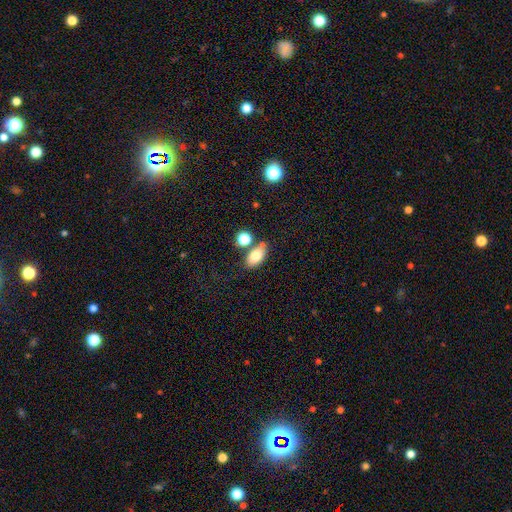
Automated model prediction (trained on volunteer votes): A smooth galaxy with no disk features (78%) that is in between round and cigar-shaped (85%).

Vote fractions:
- Smooth or featured? smooth: 78% / featured or disk: 13% / star or artifact: 9%
- How rounded? in between: 85% / round: 11% / cigar-shaped: 3%
- Merging? none: 63% / merger: 20% / minor disturbance: 13% / major disturbance: 4%